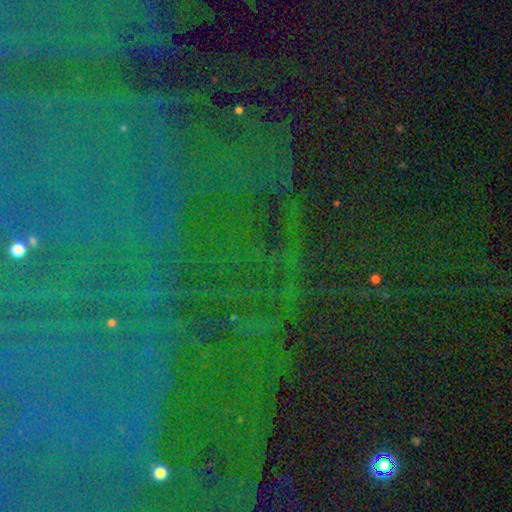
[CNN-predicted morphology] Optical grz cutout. It shows a star or artifact, not a galaxy (85%).